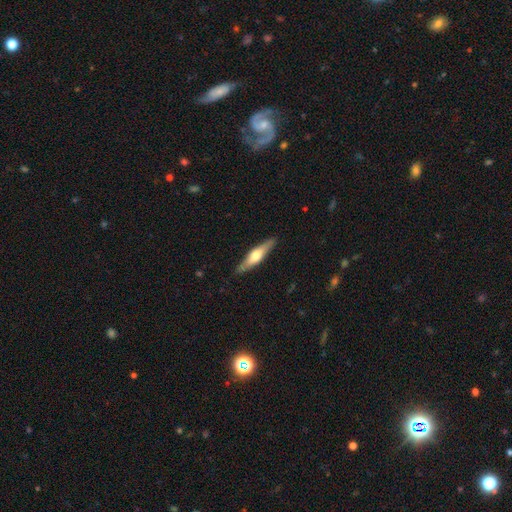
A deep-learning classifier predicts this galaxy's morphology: Smooth or featured?
  - featured or disk: 53% *
  - smooth: 42%
  - star or artifact: 5%
Edge-on disk?
  - yes: 92% *
  - no: 8%
Merging?
  - none: 88% *
  - minor disturbance: 9%
  - major disturbance: 2%
  - merger: 1%